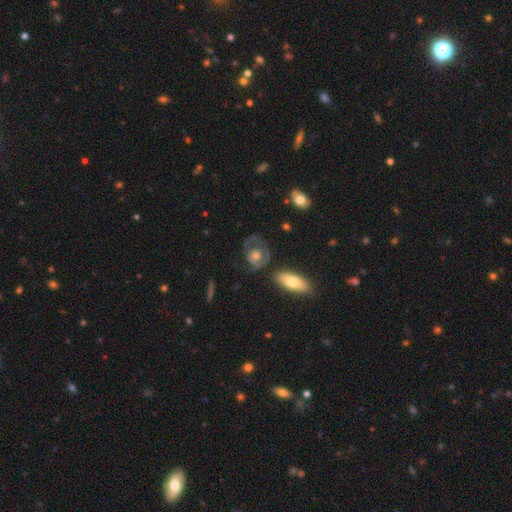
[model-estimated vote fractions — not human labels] Smooth or featured?
  - featured or disk: 53% *
  - smooth: 41%
  - star or artifact: 7%
Edge-on disk?
  - no: 94% *
  - yes: 6%
Merging?
  - none: 54% *
  - minor disturbance: 22%
  - major disturbance: 20%
  - merger: 5%